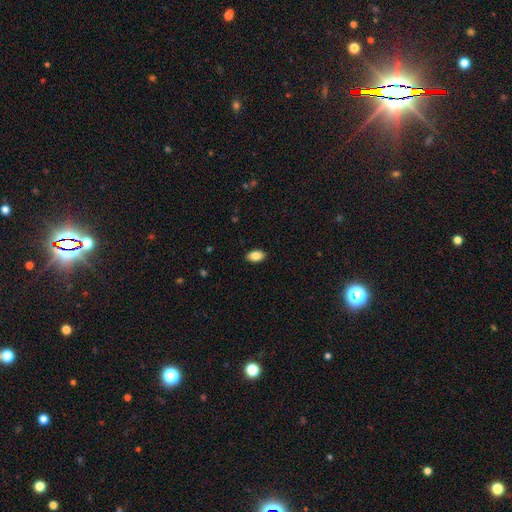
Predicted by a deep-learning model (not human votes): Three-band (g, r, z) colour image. It shows a smooth galaxy with no disk features (88%) that is in between round and cigar-shaped (92%). Merging: none (89%).